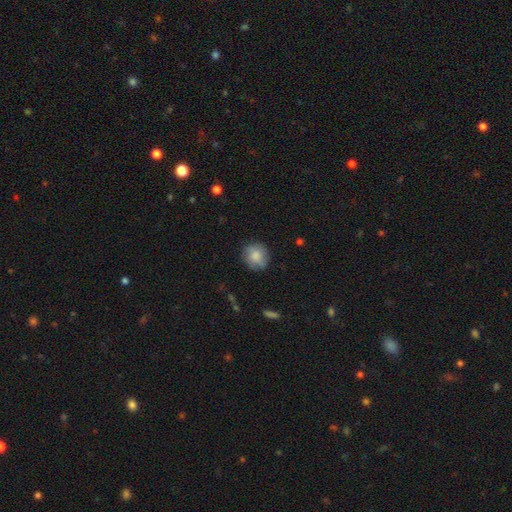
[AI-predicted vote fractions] smooth-or-featured: smooth: 76% | featured or disk: 16% | star or artifact: 8%
  how-rounded: round: 82% | in between: 17% | cigar-shaped: 1%
  merging: none: 78% | minor disturbance: 16% | major disturbance: 4% | merger: 1%